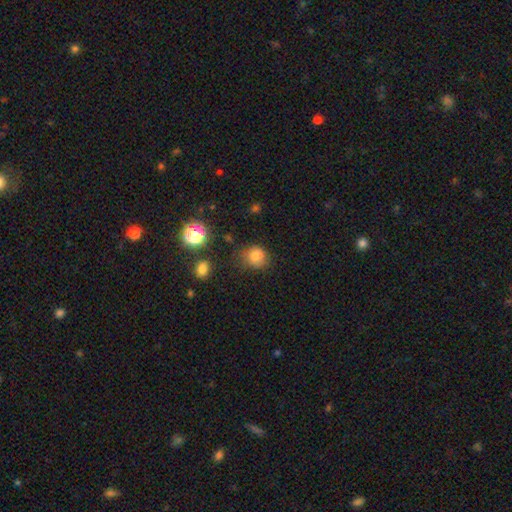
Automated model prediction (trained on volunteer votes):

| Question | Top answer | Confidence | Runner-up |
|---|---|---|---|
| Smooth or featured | smooth | 75% | star or artifact (15%) |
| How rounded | round | 73% | in between (26%) |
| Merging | none | 61% | minor disturbance (23%) |